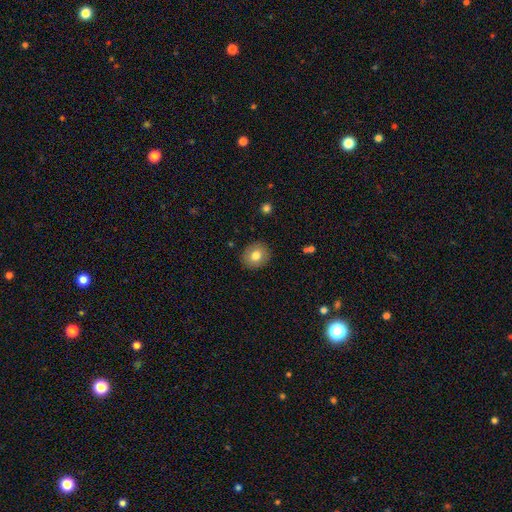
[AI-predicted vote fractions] This is likely a smooth galaxy (78%). How rounded: likely round (70%). Merging: clearly none (89%).